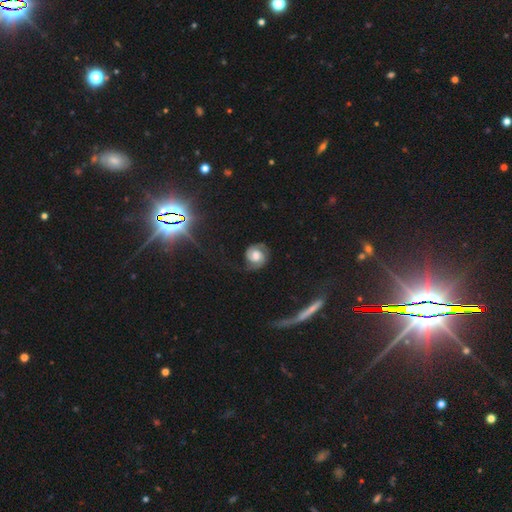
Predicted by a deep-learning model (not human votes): Smooth or featured? featured or disk (77%)
Edge-on disk? no (98%)
Bar? no (52%)
Spiral arms? yes (95%)
Spiral winding? tight (44%)
Spiral arm count? 2 (88%)
Bulge size? moderate (52%)
Merging? none (72%)